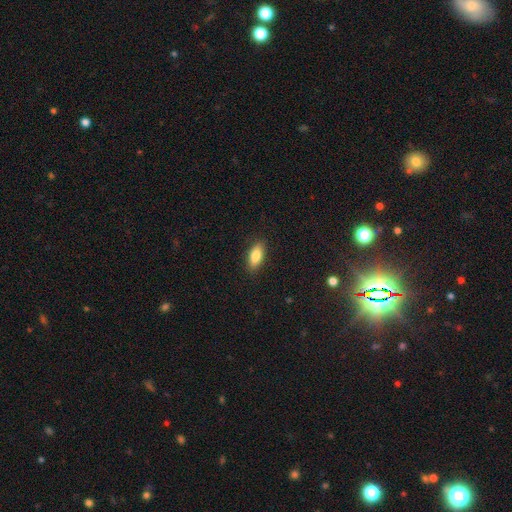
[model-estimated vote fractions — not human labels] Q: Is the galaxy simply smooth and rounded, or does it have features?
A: smooth — 83%.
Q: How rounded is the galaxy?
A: in between — 81%.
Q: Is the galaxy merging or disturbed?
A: none — 88%.